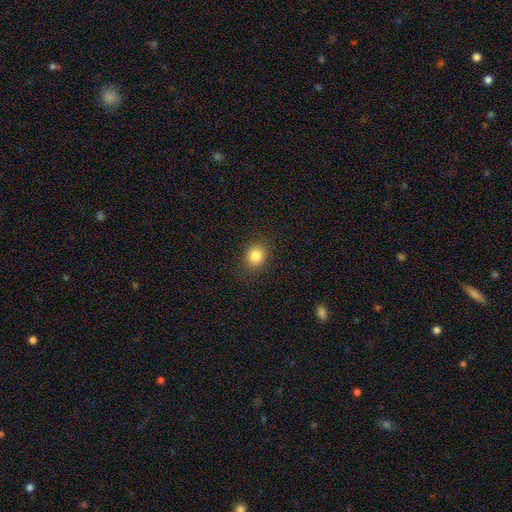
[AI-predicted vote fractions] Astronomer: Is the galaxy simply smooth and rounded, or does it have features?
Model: smooth — 84%.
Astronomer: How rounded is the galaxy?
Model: round — 67%.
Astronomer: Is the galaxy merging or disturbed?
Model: none — 87%.